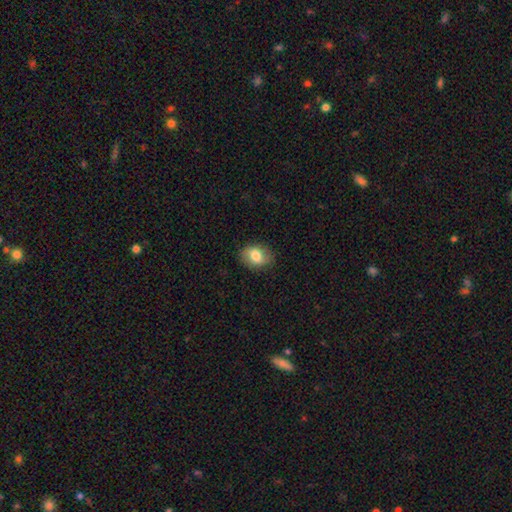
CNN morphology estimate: smooth-or-featured: smooth: 76% | featured or disk: 16% | star or artifact: 8%
  how-rounded: in between: 69% | round: 30% | cigar-shaped: 1%
  merging: none: 83% | minor disturbance: 13% | major disturbance: 3% | merger: 1%